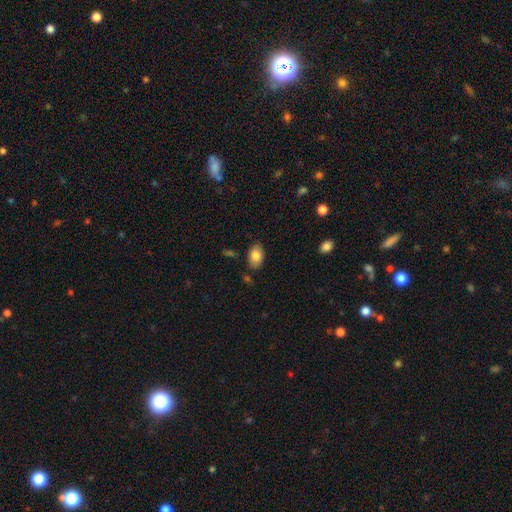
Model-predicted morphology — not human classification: Smooth or featured?
  - smooth: 82% *
  - featured or disk: 11%
  - star or artifact: 7%
How rounded?
  - in between: 89% *
  - round: 10%
  - cigar-shaped: 1%
Merging?
  - none: 83% *
  - minor disturbance: 12%
  - merger: 3%
  - major disturbance: 3%